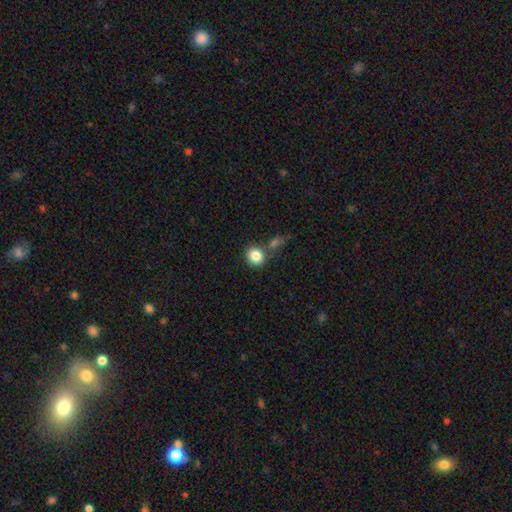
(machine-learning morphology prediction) smooth 84%, star or artifact 9%, featured or disk 6%. Down the decision tree: how rounded — round (75%); merging — none (66%).